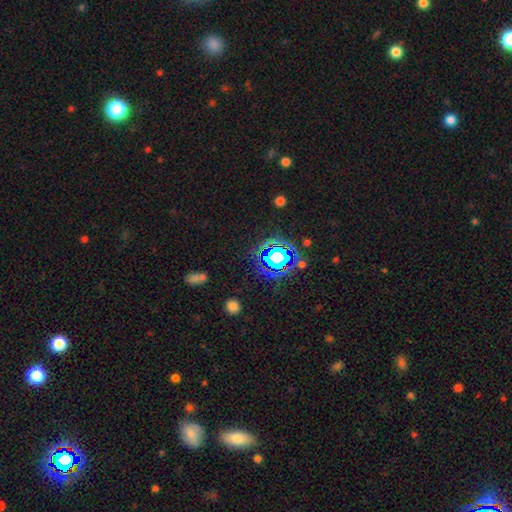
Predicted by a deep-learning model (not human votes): Q: Smooth or featured?
A: star or artifact (74%); runner-up: smooth (17%)